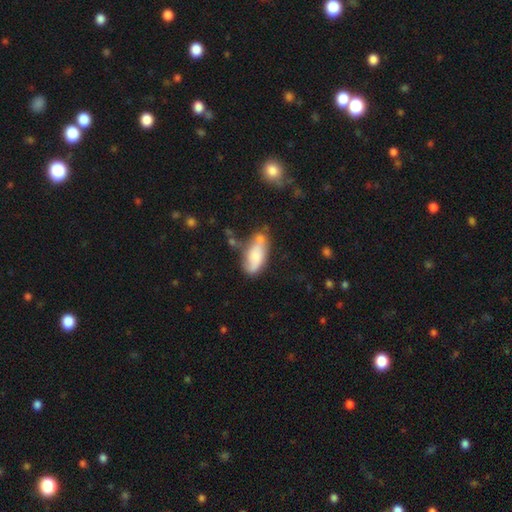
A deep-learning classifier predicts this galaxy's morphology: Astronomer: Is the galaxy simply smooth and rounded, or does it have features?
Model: smooth — 63%.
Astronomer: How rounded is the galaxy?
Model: in between — 81%.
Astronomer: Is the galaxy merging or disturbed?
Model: none — 45% (runner-up: minor disturbance, 28%).